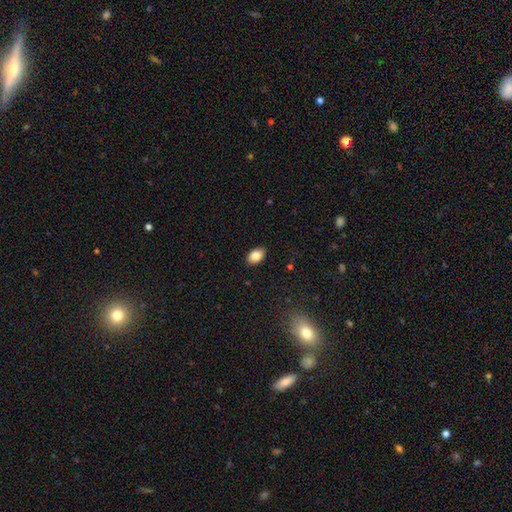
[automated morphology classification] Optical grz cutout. It shows a smooth galaxy with no disk features (85%) that is in between round and cigar-shaped (85%). Merging: none (89%).